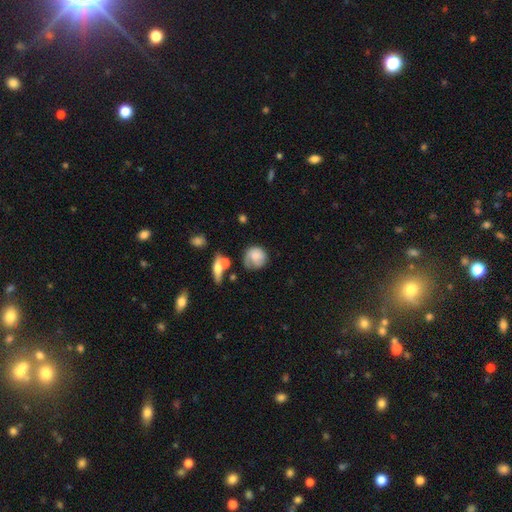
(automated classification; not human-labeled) This is likely a smooth galaxy (62%). How rounded: likely round (80%). Merging: possibly none (50%).